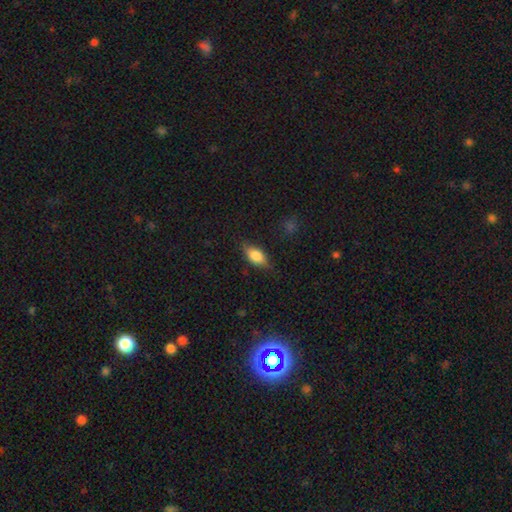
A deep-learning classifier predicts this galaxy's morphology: Smooth or featured?
  - smooth: 77% *
  - featured or disk: 16%
  - star or artifact: 7%
How rounded?
  - in between: 85% *
  - cigar-shaped: 11%
  - round: 4%
Merging?
  - none: 77% *
  - minor disturbance: 17%
  - major disturbance: 4%
  - merger: 1%